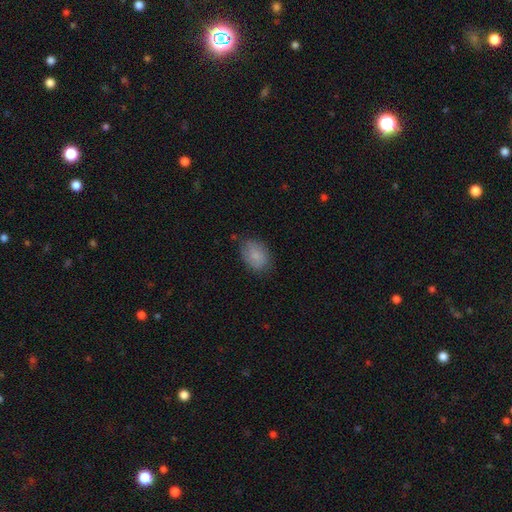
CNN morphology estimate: The model was most divided on "merging": none: 70%, minor disturbance: 24%, major disturbance: 5%, merger: 2%. More confident: smooth or featured — smooth (83%); how rounded — in between (75%).